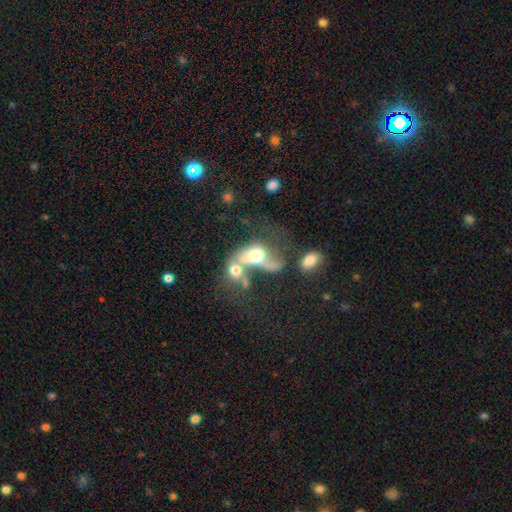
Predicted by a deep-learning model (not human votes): Morphology: type=smooth (47%); merging=merger (72%).